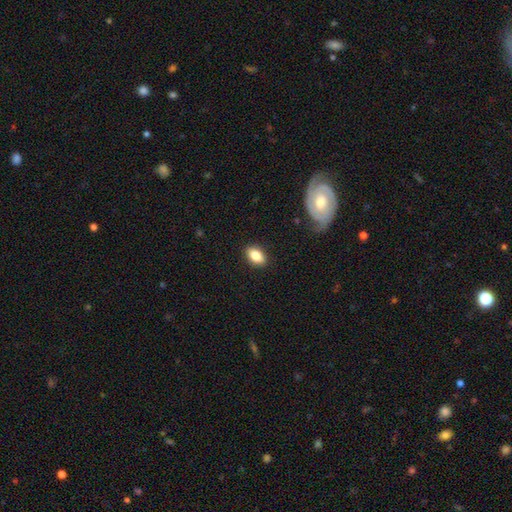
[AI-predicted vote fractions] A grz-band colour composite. It shows a smooth galaxy with no disk features (83%) that is in between round and cigar-shaped (89%). Merging: none (89%).